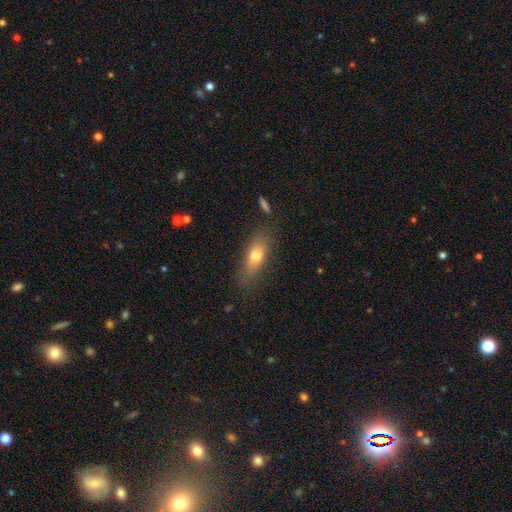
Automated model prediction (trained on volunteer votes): Smooth or featured? smooth (70%)
How rounded? in between (63%)
Merging? none (74%)